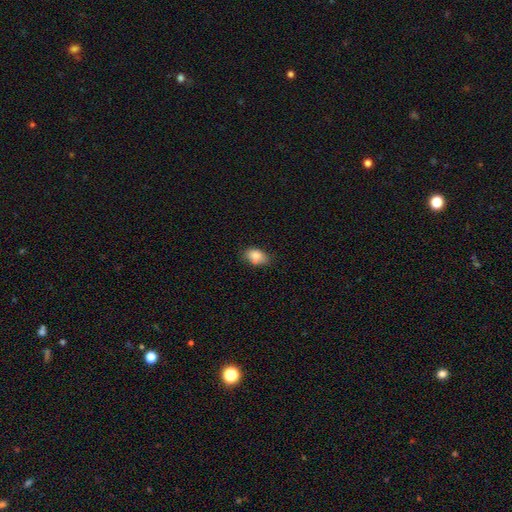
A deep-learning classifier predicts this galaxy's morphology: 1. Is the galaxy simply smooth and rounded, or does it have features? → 80% smooth, 11% featured or disk, 9% star or artifact.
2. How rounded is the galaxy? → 84% in between, 14% round, 1% cigar-shaped.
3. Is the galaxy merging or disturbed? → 70% none, 22% minor disturbance, 4% merger, 3% major disturbance.